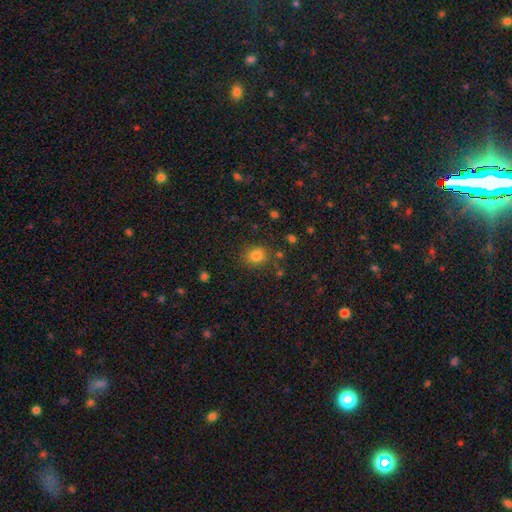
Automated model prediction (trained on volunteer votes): Morphology: type=smooth (81%); roundness=round (68%); merging=none (81%).